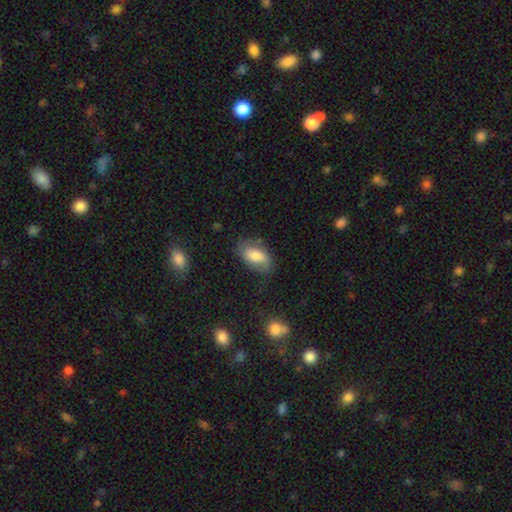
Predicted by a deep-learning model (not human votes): Smooth or featured? Predicted: smooth (p=0.69). How rounded? Predicted: in between (p=0.91). Merging? Predicted: none (p=0.64).